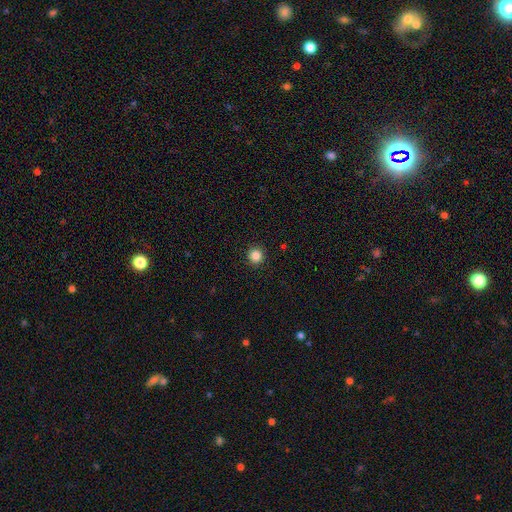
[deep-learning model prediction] Overall: smooth (86%). How rounded: round (95%). Merging: none (93%).